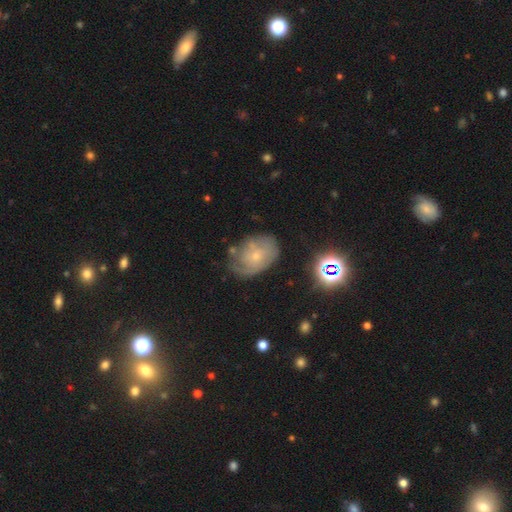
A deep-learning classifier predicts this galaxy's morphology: smooth-or-featured: featured or disk: 59% | smooth: 29% | star or artifact: 12%
  disk-edge-on: no: 96% | yes: 4%
    bar: no: 82% | weak: 16% | strong: 2%
    has-spiral-arms: yes: 76% | no: 24%
    bulge-size: small: 74% | moderate: 20% | none: 4% | large: 1% | dominant: 1%
  merging: none: 53% | minor disturbance: 28% | major disturbance: 15% | merger: 4%